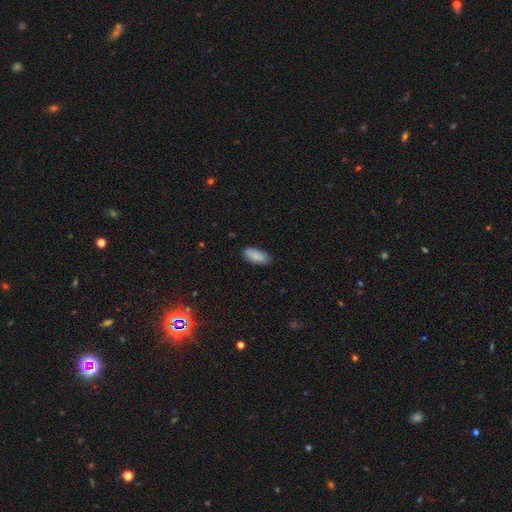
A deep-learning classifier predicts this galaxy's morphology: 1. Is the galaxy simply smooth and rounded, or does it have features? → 87% smooth, 7% featured or disk, 6% star or artifact.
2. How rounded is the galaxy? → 86% in between, 12% cigar-shaped, 2% round.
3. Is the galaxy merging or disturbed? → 83% none, 14% minor disturbance, 2% major disturbance, 1% merger.